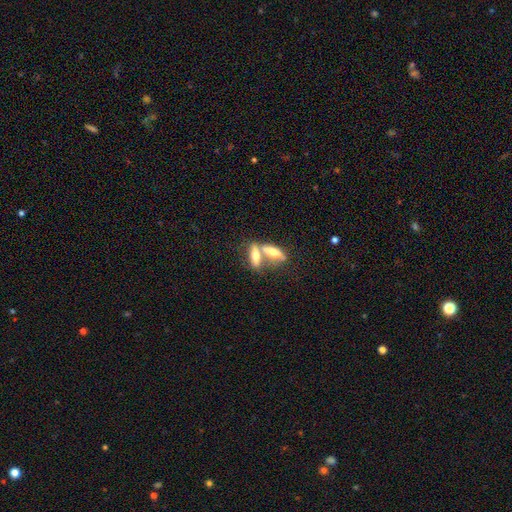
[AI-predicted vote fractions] Q: Smooth or featured?
A: smooth (57%); runner-up: featured or disk (36%)
Q: How rounded?
A: in between (59%); runner-up: cigar-shaped (38%)
Q: Merging?
A: merger (59%); runner-up: none (29%)